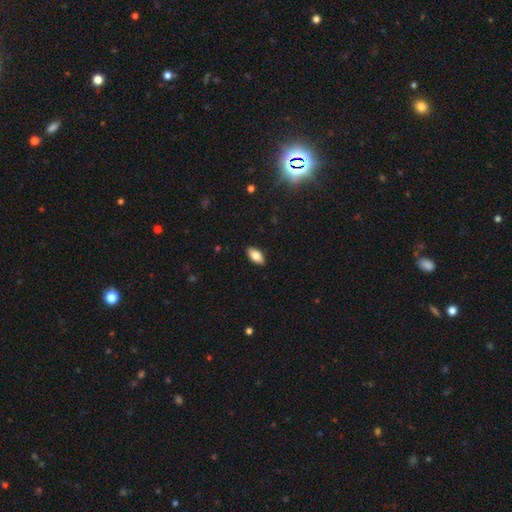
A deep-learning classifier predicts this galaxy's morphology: Smooth or featured? smooth (79%)
How rounded? in between (91%)
Merging? none (89%)